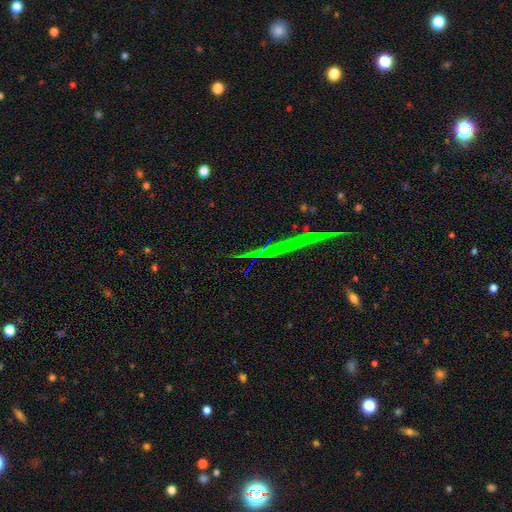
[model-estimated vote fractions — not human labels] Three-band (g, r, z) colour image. It shows a star or artifact, not a galaxy (77%).